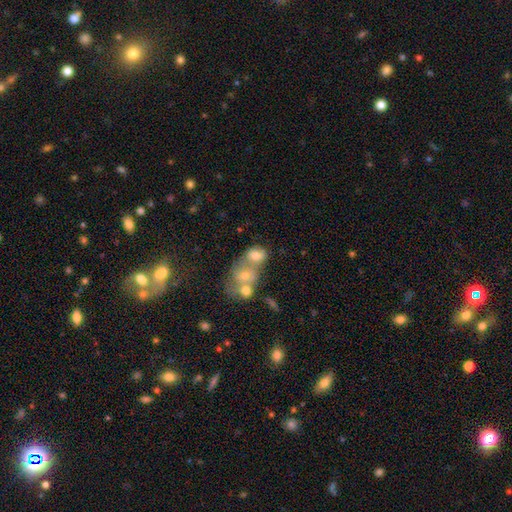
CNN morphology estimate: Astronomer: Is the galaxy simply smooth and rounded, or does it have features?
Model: smooth — 64%.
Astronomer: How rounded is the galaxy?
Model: round — 50% (runner-up: in between, 49%).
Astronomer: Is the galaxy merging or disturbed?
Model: merger — 66%.